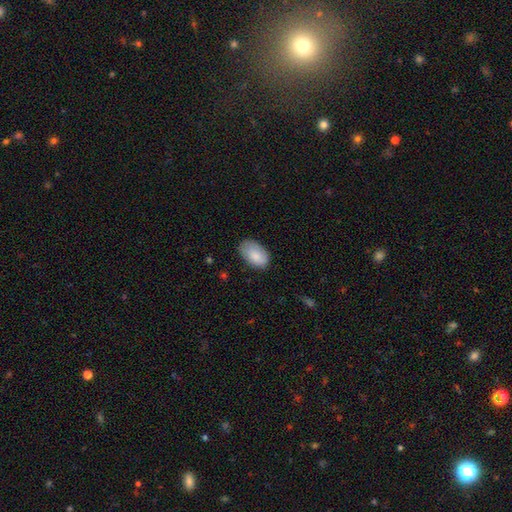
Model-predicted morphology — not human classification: Smooth or featured?
  - smooth: 83% *
  - featured or disk: 11%
  - star or artifact: 6%
How rounded?
  - in between: 93% *
  - round: 5%
  - cigar-shaped: 1%
Merging?
  - none: 73% *
  - minor disturbance: 21%
  - major disturbance: 4%
  - merger: 1%